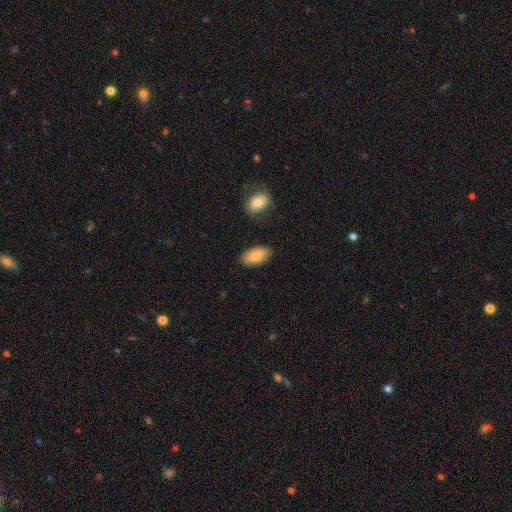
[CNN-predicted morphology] Q: Smooth or featured?
A: smooth (87%); runner-up: featured or disk (7%)
Q: How rounded?
A: in between (93%); runner-up: cigar-shaped (5%)
Q: Merging?
A: none (84%); runner-up: minor disturbance (11%)